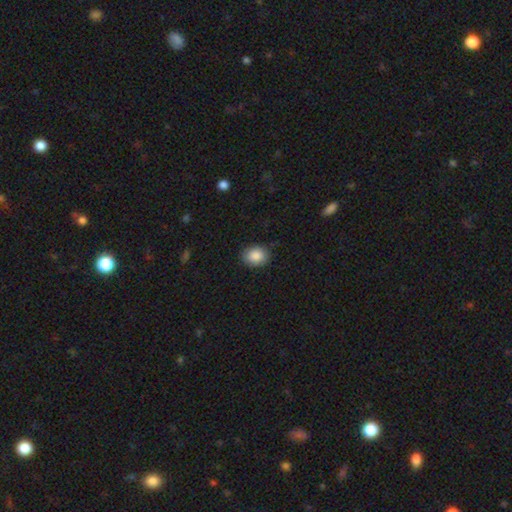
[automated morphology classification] Smooth or featured: smooth — 88% (star or artifact — 8%)
How rounded: in between — 54% (round — 45%)
Merging: none — 83% (minor disturbance — 13%)